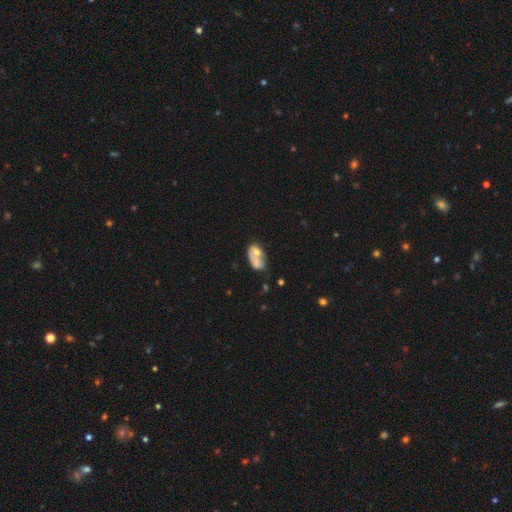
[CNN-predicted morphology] Q: Smooth or featured?
A: smooth (58%); runner-up: featured or disk (33%)
Q: How rounded?
A: in between (85%); runner-up: round (12%)
Q: Merging?
A: merger (50%); runner-up: none (23%)